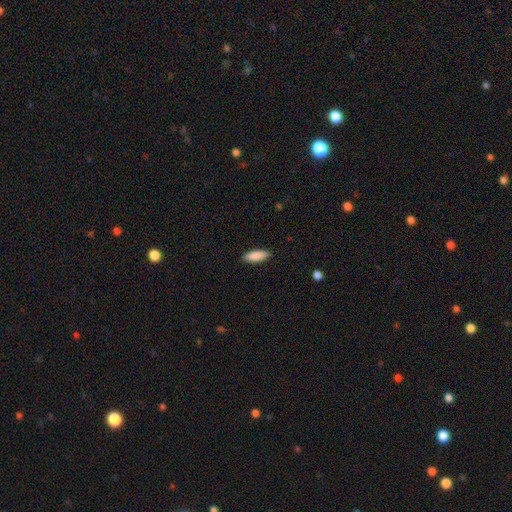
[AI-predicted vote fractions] This is clearly a smooth galaxy (89%). How rounded: likely in between (64%). Merging: clearly none (89%).